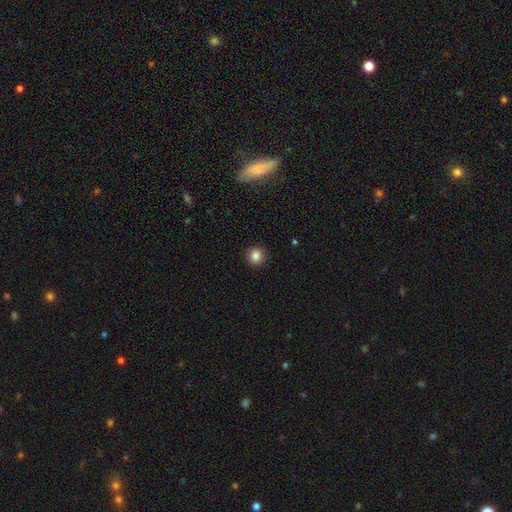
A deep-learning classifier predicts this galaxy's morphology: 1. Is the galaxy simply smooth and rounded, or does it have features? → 84% smooth, 11% star or artifact, 5% featured or disk.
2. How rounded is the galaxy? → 88% round, 11% in between, 1% cigar-shaped.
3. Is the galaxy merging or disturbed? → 91% none, 6% minor disturbance, 2% major disturbance, 1% merger.